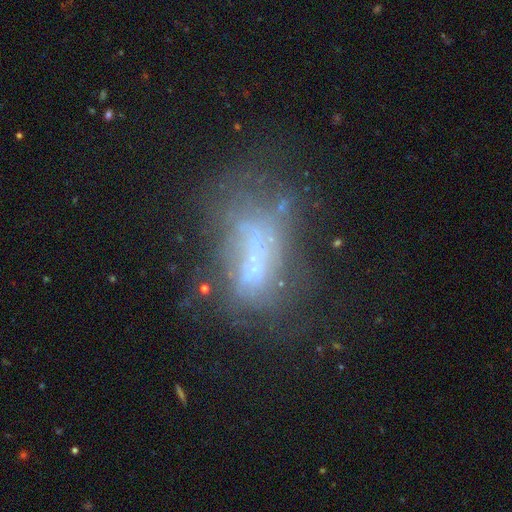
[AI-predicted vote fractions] Smooth or featured: featured or disk — 51% (smooth — 30%)
Edge-on disk: no — 92% (yes — 8%)
Merging: major disturbance — 36% (none — 32%)